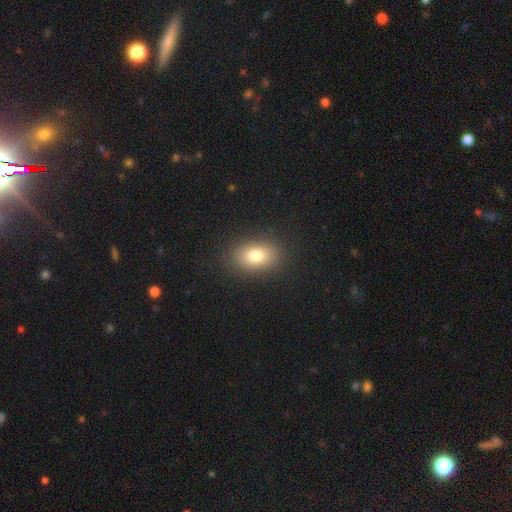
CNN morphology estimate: Smooth or featured: smooth — 79% (star or artifact — 11%)
How rounded: in between — 80% (round — 19%)
Merging: none — 87% (minor disturbance — 8%)